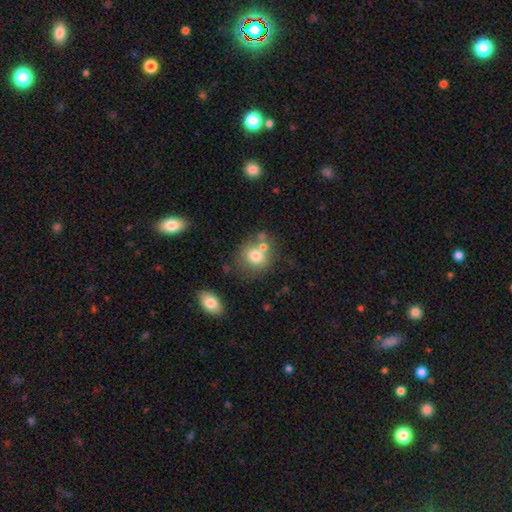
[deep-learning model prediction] smooth 73%, featured or disk 16%, star or artifact 11%. Down the decision tree: how rounded — round (79%); merging — none (55%).